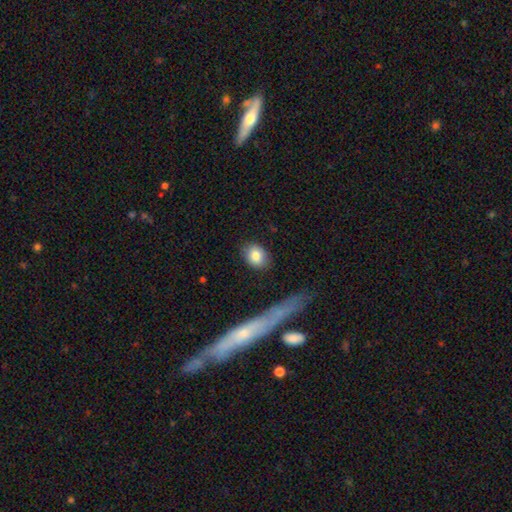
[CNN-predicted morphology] A smooth galaxy with no disk features (82%) that is in between round and cigar-shaped (56%).

Vote fractions:
- Smooth or featured? smooth: 82% / featured or disk: 10% / star or artifact: 8%
- How rounded? in between: 56% / round: 42% / cigar-shaped: 2%
- Merging? none: 85% / minor disturbance: 11% / major disturbance: 2% / merger: 2%